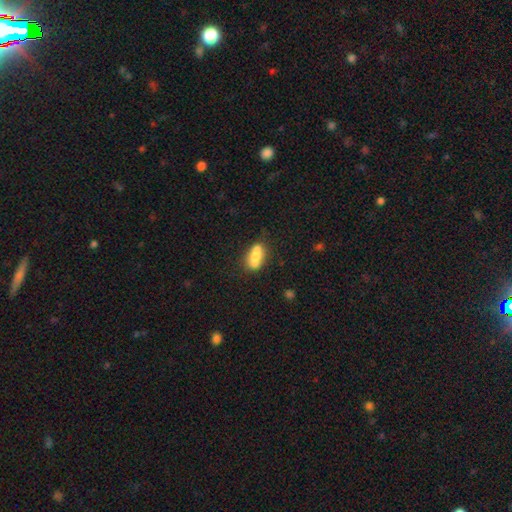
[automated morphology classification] smooth_or_featured: smooth (p=0.61) [alt: featured or disk p=0.30]
how_rounded: in between (p=0.76) [alt: round p=0.16]
merging: merger (p=0.47) [alt: none p=0.34]